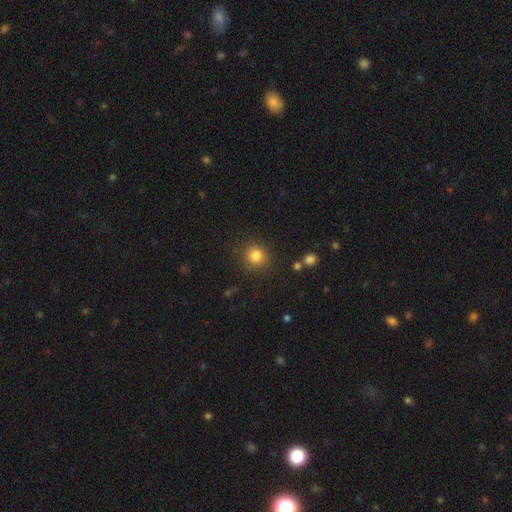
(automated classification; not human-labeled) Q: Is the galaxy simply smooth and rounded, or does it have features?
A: smooth — 83%.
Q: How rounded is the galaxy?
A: round — 90%.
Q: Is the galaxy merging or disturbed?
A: none — 86%.